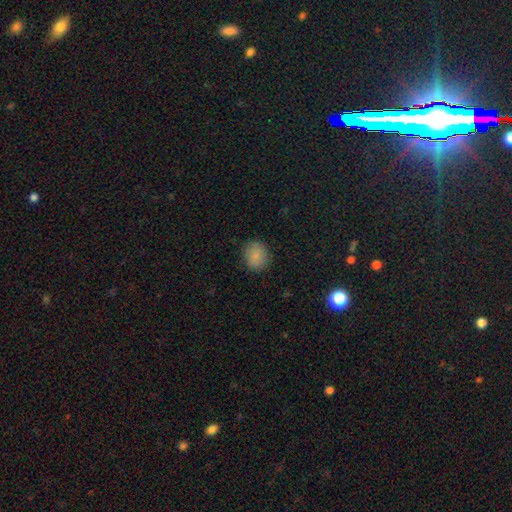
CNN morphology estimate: Smooth or featured? smooth (84%)
How rounded? round (73%)
Merging? none (84%)